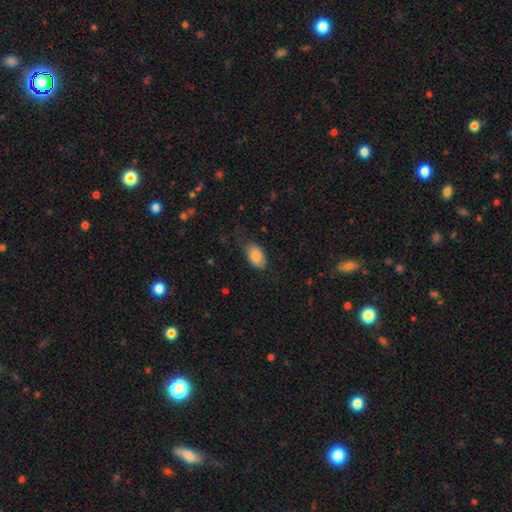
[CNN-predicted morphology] Q: Smooth or featured?
A: smooth (83%); runner-up: featured or disk (10%)
Q: How rounded?
A: in between (93%); runner-up: round (5%)
Q: Merging?
A: none (73%); runner-up: minor disturbance (20%)